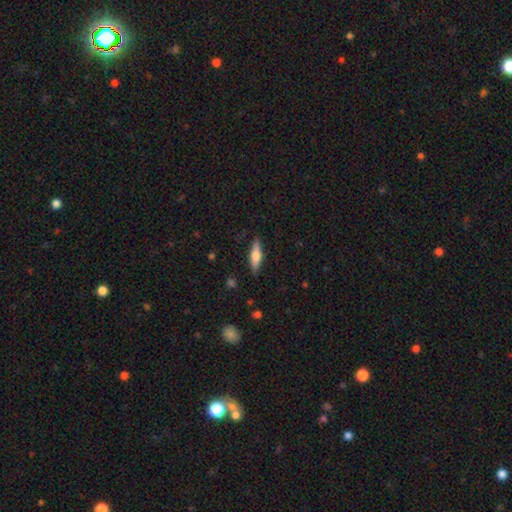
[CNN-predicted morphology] Q: Smooth or featured?
A: smooth (51%); runner-up: featured or disk (43%)
Q: How rounded?
A: cigar-shaped (67%); runner-up: in between (31%)
Q: Merging?
A: none (88%); runner-up: minor disturbance (9%)